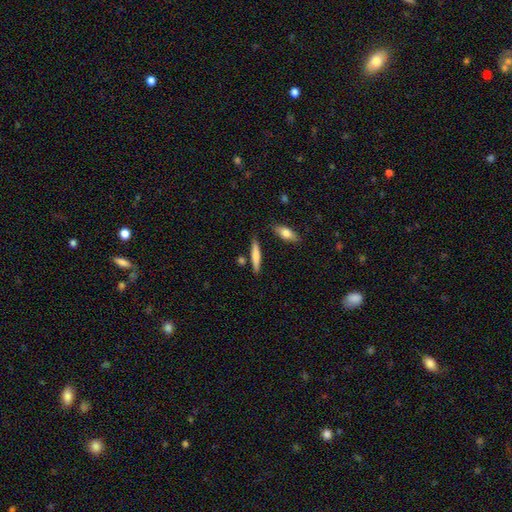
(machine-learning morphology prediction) A smooth galaxy with no disk features (72%) that is cigar-shaped (88%).

Vote fractions:
- Smooth or featured? smooth: 72% / featured or disk: 22% / star or artifact: 6%
- How rounded? cigar-shaped: 88% / in between: 10% / round: 2%
- Merging? none: 81% / minor disturbance: 11% / merger: 5% / major disturbance: 2%